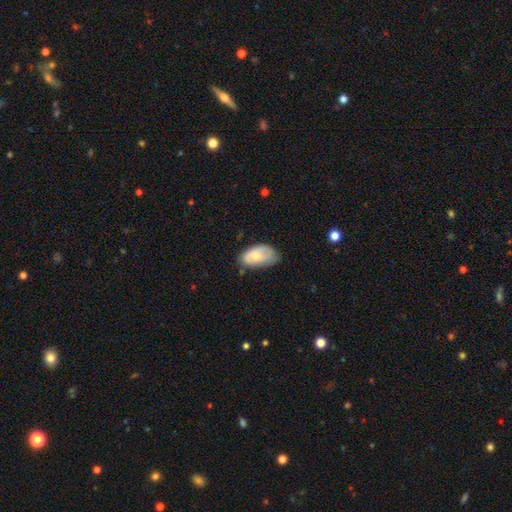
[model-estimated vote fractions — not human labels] Overall: smooth (68%). How rounded: in between (94%). Merging: none (51%; minor disturbance 37%).